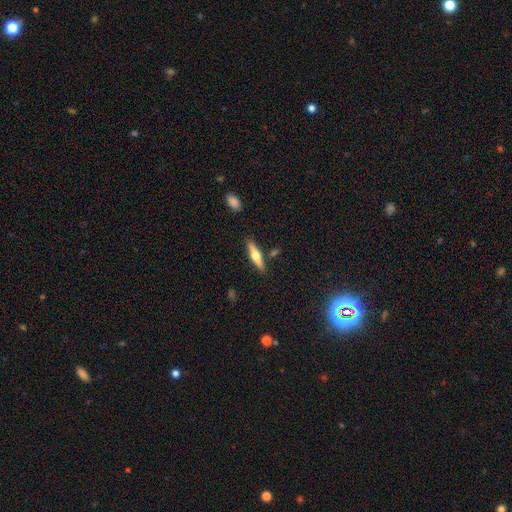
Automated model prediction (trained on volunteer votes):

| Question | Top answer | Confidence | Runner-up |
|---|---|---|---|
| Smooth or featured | featured or disk | 53% | smooth (41%) |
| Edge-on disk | yes | 95% | no (5%) |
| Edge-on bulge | rounded | 93% | boxy (4%) |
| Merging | none | 83% | minor disturbance (10%) |